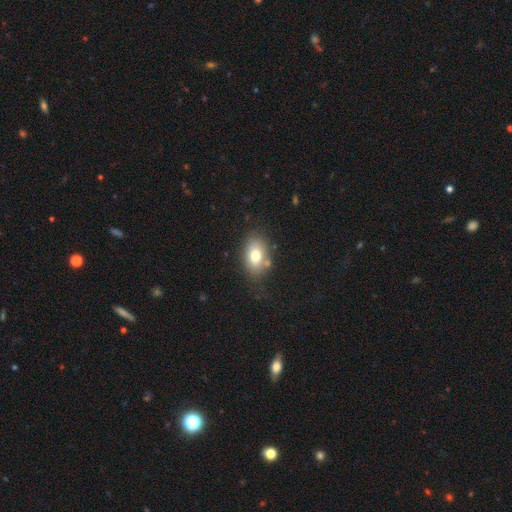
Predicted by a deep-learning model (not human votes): Smooth or featured? Predicted: smooth (p=0.74). How rounded? Predicted: in between (p=0.84). Merging? Predicted: none (p=0.72).